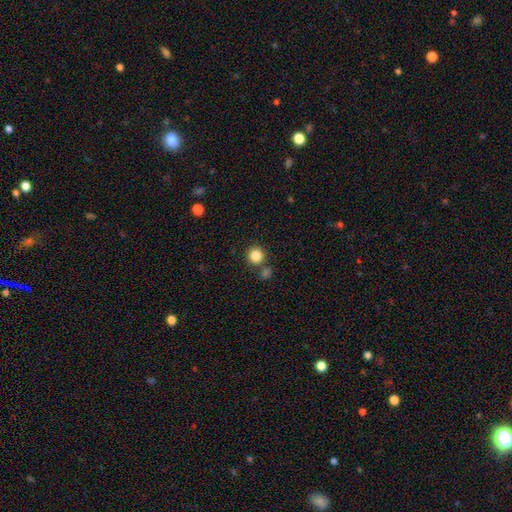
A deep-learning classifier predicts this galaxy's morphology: smooth 85%, star or artifact 11%, featured or disk 4%. Down the decision tree: how rounded — round (93%); merging — none (78%).